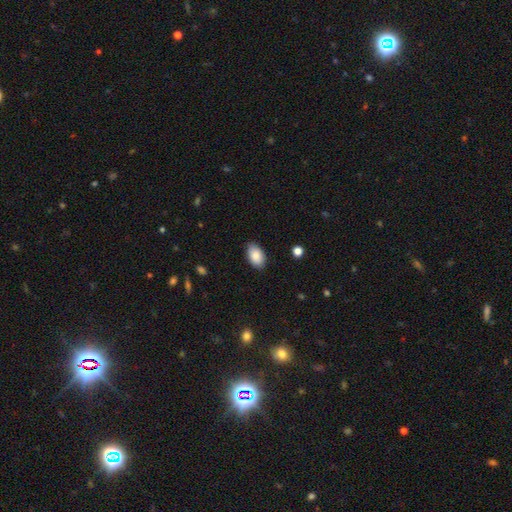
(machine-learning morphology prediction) smooth_or_featured: smooth (p=0.88) [alt: star or artifact p=0.07]
how_rounded: in between (p=0.93) [alt: round p=0.06]
merging: none (p=0.86) [alt: minor disturbance p=0.11]